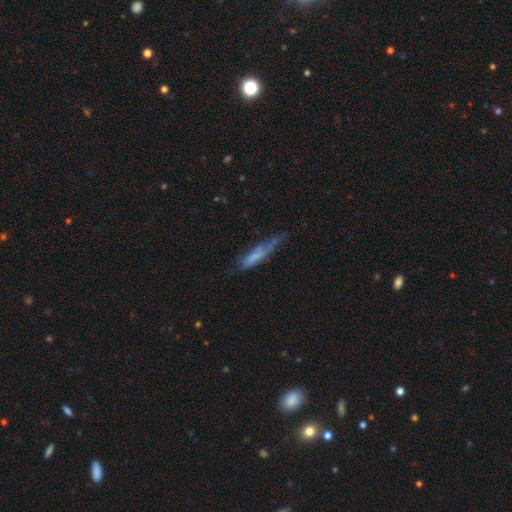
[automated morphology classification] smooth_or_featured: smooth (p=0.55) [alt: featured or disk p=0.36]
how_rounded: cigar-shaped (p=0.81) [alt: in between p=0.17]
merging: none (p=0.41) [alt: minor disturbance p=0.32]